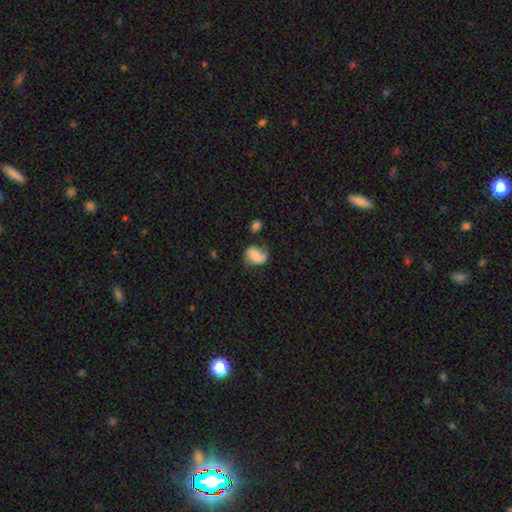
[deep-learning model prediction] Smooth or featured? Predicted: smooth (p=0.50). How rounded? Predicted: in between (p=0.60). Merging? Predicted: none (p=0.58).